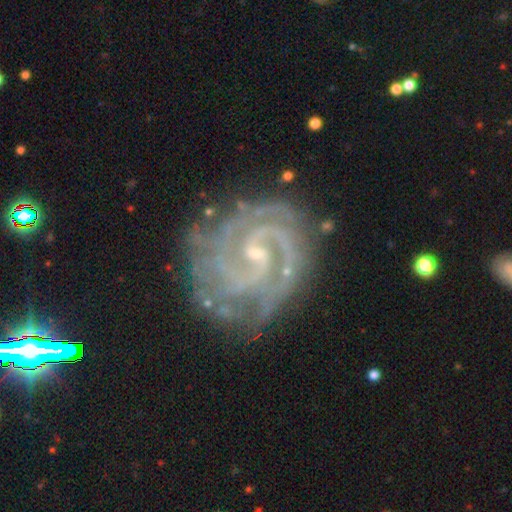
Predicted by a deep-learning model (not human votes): The model was most divided on "bar": weak: 51%, no: 33%, strong: 16%. More confident: spiral arms — yes (98%); edge-on disk — no (98%); smooth or featured — featured or disk (91%); merging — none (74%); bulge size — small (73%); spiral winding — tight (64%); spiral arm count — 2 (64%).